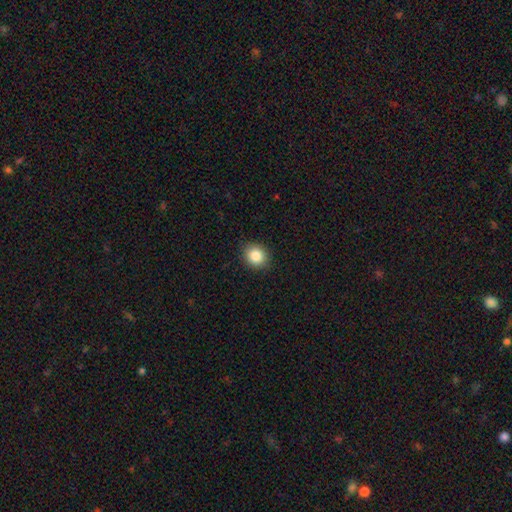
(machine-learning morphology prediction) Overall: smooth (86%). How rounded: round (74%). Merging: none (89%).